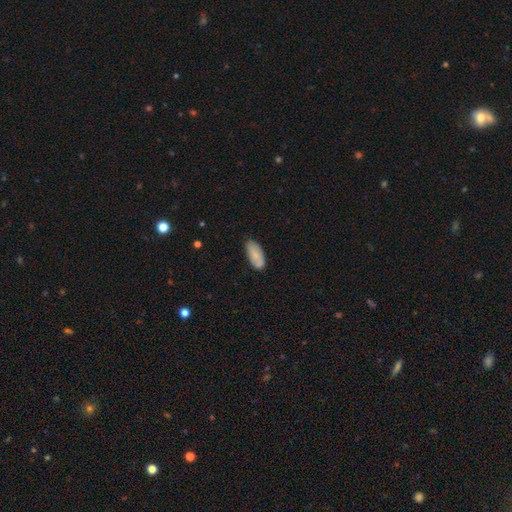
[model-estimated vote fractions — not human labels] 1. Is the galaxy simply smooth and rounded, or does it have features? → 79% smooth, 15% featured or disk, 6% star or artifact.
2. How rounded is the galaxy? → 90% in between, 8% cigar-shaped, 2% round.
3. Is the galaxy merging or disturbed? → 78% none, 18% minor disturbance, 3% major disturbance, 1% merger.